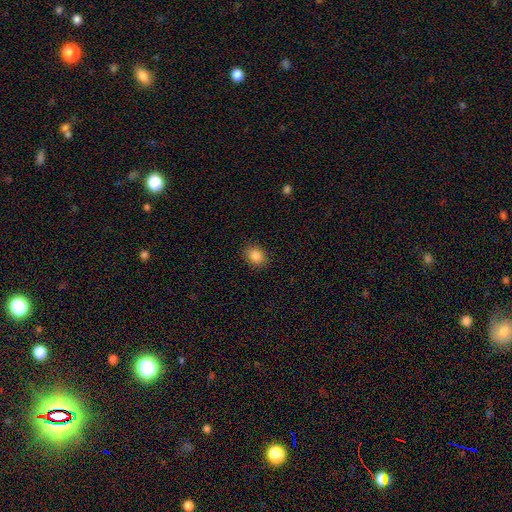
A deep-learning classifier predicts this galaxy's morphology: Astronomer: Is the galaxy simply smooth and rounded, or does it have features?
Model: smooth — 85%.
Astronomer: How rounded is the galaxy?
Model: round — 54% (runner-up: in between, 45%).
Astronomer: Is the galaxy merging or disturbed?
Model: none — 89%.